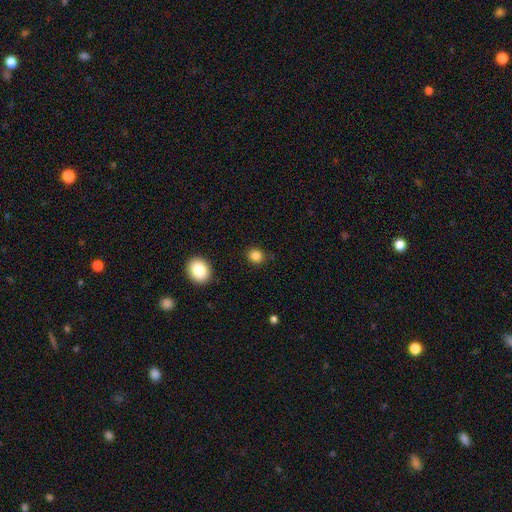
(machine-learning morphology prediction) A smooth galaxy with no disk features (85%) that is round (81%).

Vote fractions:
- Smooth or featured? smooth: 85% / star or artifact: 11% / featured or disk: 4%
- How rounded? round: 81% / in between: 18% / cigar-shaped: 1%
- Merging? none: 88% / minor disturbance: 8% / major disturbance: 2% / merger: 2%